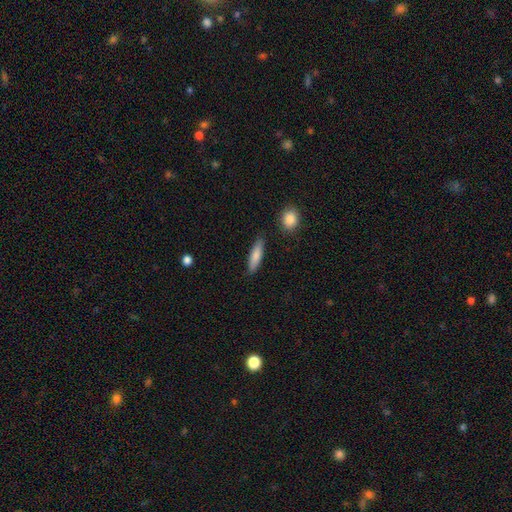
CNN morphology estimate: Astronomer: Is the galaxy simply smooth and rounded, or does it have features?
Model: smooth — 81%.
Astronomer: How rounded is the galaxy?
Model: cigar-shaped — 66%.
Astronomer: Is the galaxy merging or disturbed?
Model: none — 84%.